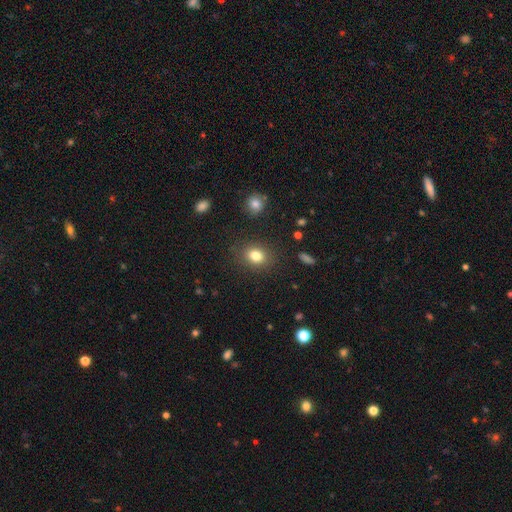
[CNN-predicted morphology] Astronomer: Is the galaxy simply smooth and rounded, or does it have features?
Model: smooth — 80%.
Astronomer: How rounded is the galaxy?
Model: round — 53% (runner-up: in between, 46%).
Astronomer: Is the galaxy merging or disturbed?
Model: none — 85%.